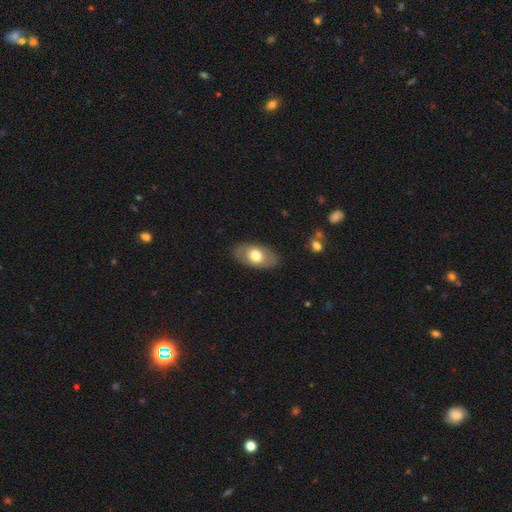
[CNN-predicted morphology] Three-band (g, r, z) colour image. It shows a smooth galaxy with no disk features (66%) that is in between round and cigar-shaped (91%). Merging: none (84%).